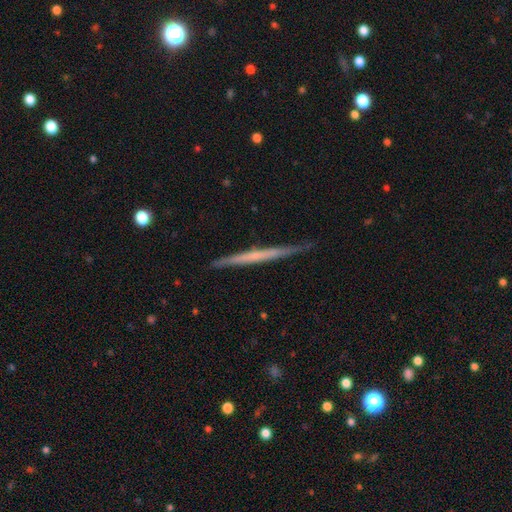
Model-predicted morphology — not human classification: This is possibly a featured or disk galaxy (57%). It is clearly viewed edge-on (97%). Edge-on bulge: clearly none (85%). Merging: clearly none (87%).